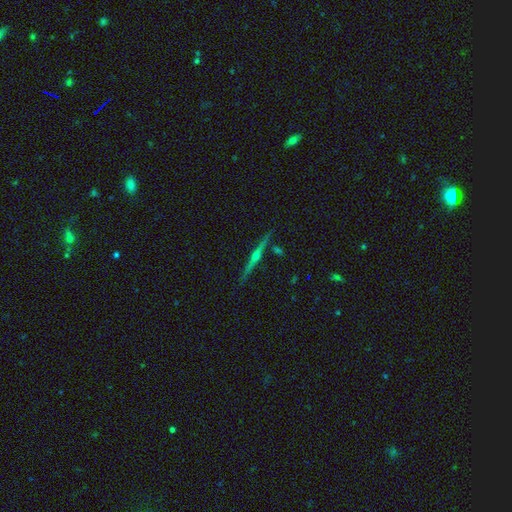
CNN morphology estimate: Overall: featured or disk (85%). Edge-on disk: yes (98%). Edge-on bulge: rounded (92%). Merging: none (91%).